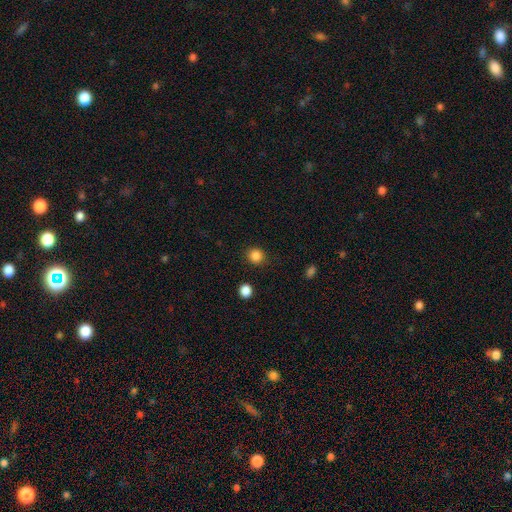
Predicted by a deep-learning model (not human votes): Morphology: type=smooth (85%); roundness=round (90%); merging=none (89%).